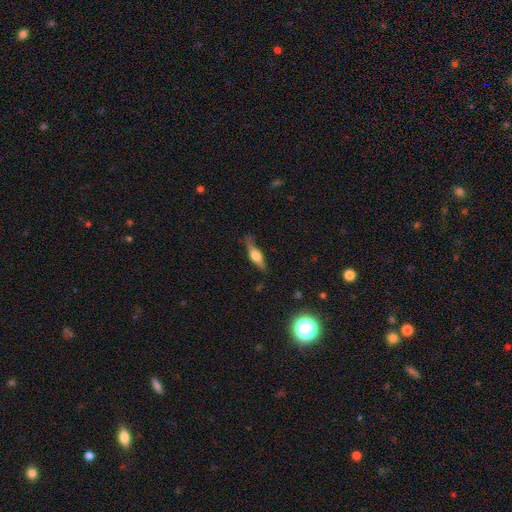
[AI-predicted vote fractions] The model was most divided on "smooth or featured": featured or disk: 55%, smooth: 37%, star or artifact: 7%. More confident: edge-on disk — yes (92%); edge-on bulge — rounded (88%); merging — none (74%).